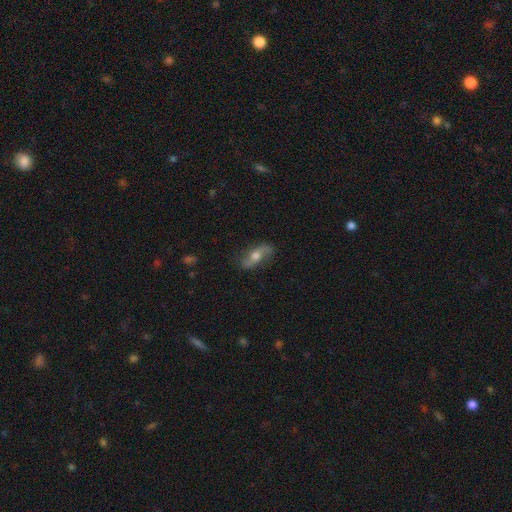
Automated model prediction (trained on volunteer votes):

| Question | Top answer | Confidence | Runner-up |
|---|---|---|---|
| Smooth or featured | featured or disk | 60% | smooth (32%) |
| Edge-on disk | no | 77% | yes (23%) |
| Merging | none | 77% | minor disturbance (16%) |